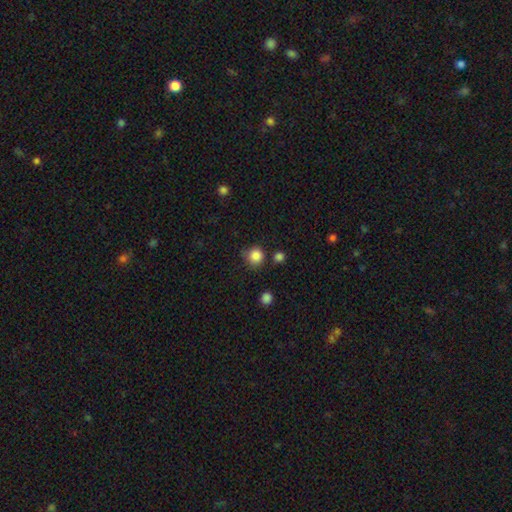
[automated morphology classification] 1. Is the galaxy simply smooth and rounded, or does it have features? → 86% smooth, 11% star or artifact, 4% featured or disk.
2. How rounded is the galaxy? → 92% round, 7% in between, 1% cigar-shaped.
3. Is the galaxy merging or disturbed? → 77% none, 14% minor disturbance, 5% merger, 4% major disturbance.